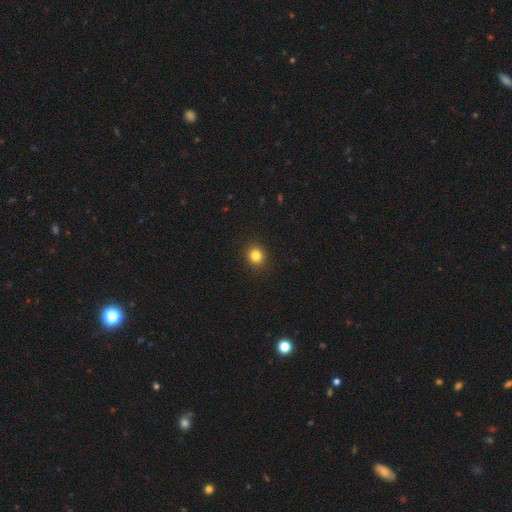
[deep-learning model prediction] smooth 83%, star or artifact 12%, featured or disk 5%. Down the decision tree: how rounded — round (82%); merging — none (92%).